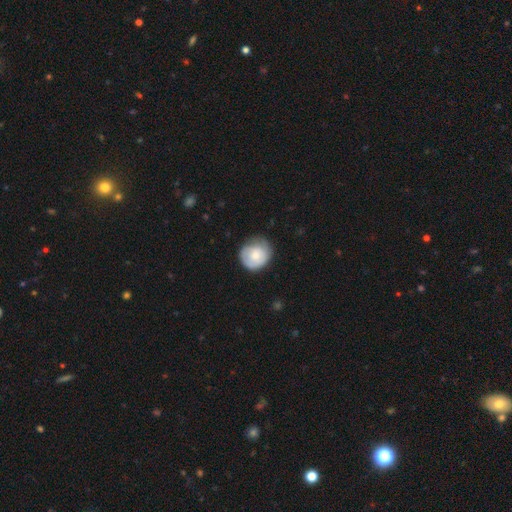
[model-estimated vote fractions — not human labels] Q: Smooth or featured?
A: smooth (68%); runner-up: featured or disk (26%)
Q: How rounded?
A: round (83%); runner-up: in between (16%)
Q: Merging?
A: none (64%); runner-up: minor disturbance (27%)